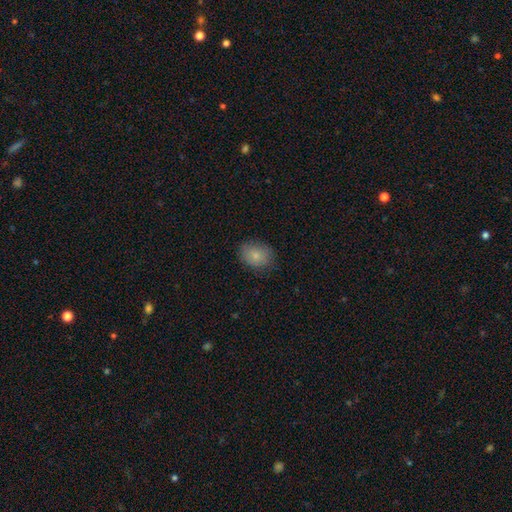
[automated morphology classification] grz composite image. It shows a smooth galaxy with no disk features (83%) that is in between round and cigar-shaped (62%). Merging: none (80%).